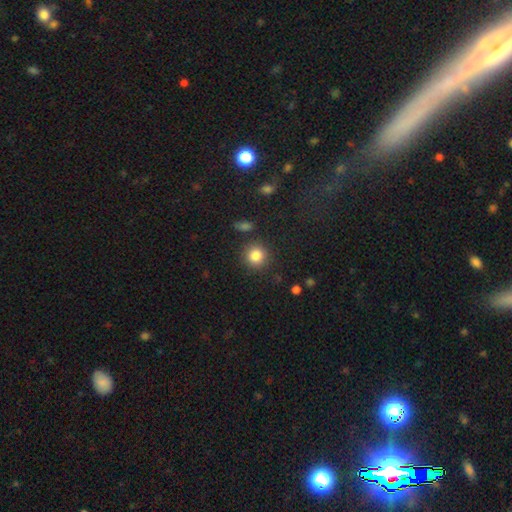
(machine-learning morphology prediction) smooth_or_featured: smooth (p=0.84) [alt: star or artifact p=0.10]
how_rounded: round (p=0.91) [alt: in between p=0.08]
merging: none (p=0.87) [alt: minor disturbance p=0.08]